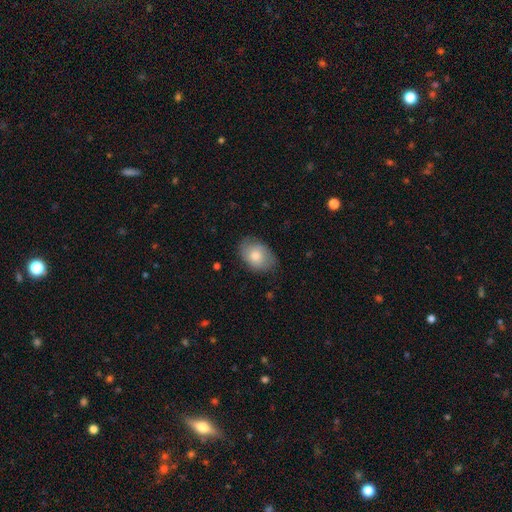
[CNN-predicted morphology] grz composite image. It shows a smooth galaxy with no disk features (78%) that is in between round and cigar-shaped (83%). Merging: none (73%).